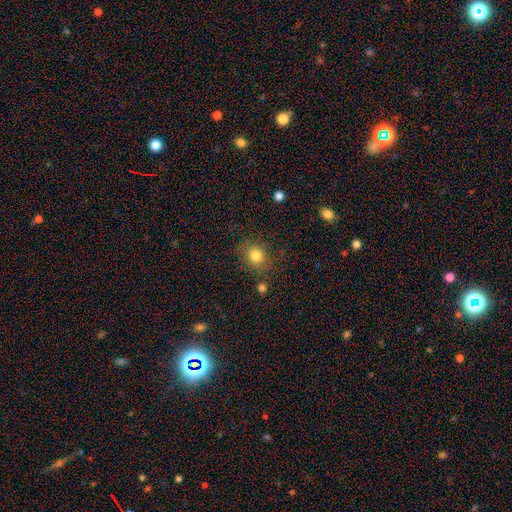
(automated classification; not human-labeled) This is clearly a smooth galaxy (81%). How rounded: likely round (73%). Merging: likely none (79%).